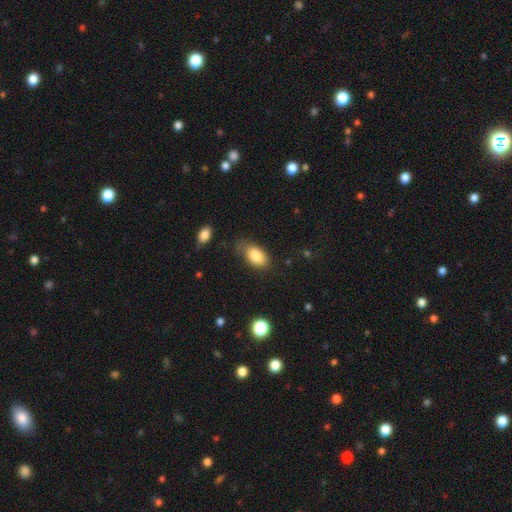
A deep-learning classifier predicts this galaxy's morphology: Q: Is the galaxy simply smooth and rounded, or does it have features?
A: smooth — 85%.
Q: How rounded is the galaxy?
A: in between — 92%.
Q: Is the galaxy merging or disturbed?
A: none — 60%.